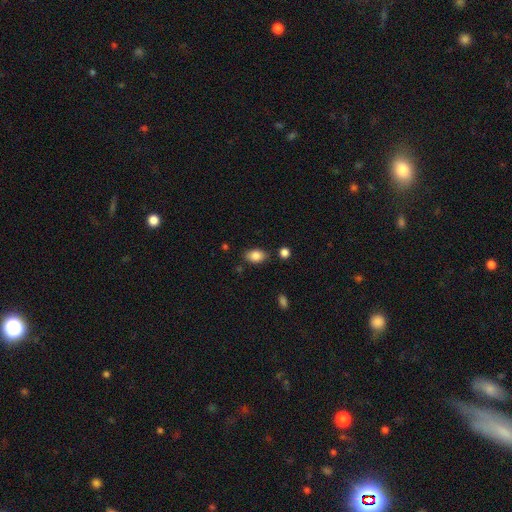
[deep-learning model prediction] smooth-or-featured: smooth: 85% | star or artifact: 8% | featured or disk: 7%
  how-rounded: in between: 86% | round: 12% | cigar-shaped: 2%
  merging: none: 81% | minor disturbance: 12% | merger: 4% | major disturbance: 3%